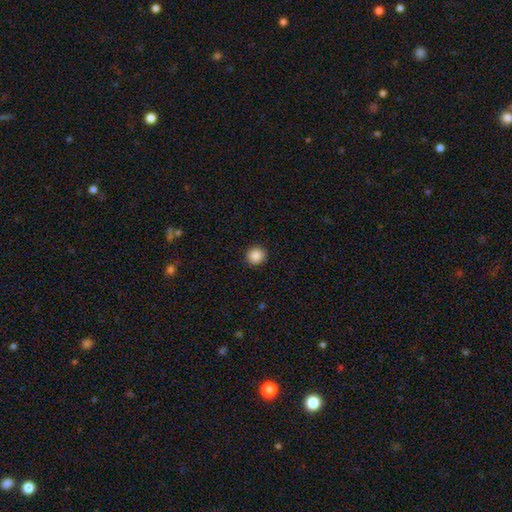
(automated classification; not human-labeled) Morphology: type=smooth (88%); roundness=round (91%); merging=none (92%).